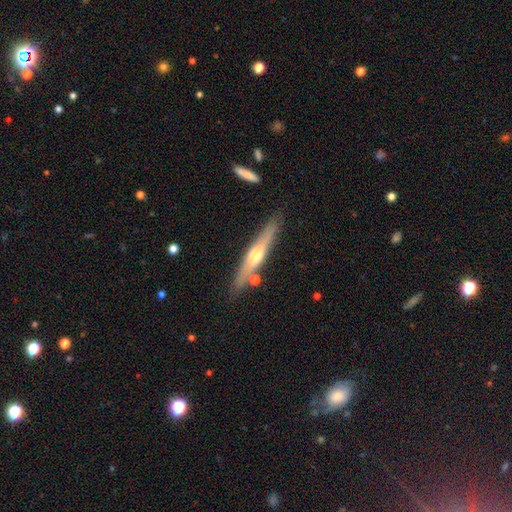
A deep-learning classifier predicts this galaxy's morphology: Q: Smooth or featured?
A: featured or disk (62%); runner-up: smooth (32%)
Q: Edge-on disk?
A: yes (93%); runner-up: no (7%)
Q: Edge-on bulge?
A: rounded (83%); runner-up: none (11%)
Q: Merging?
A: none (81%); runner-up: minor disturbance (11%)